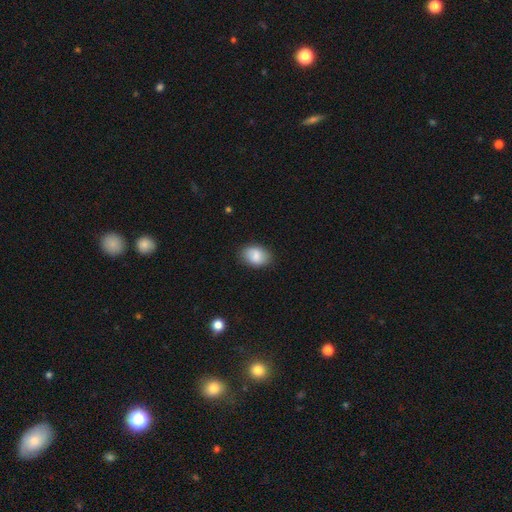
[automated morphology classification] The model was most divided on "how rounded": in between: 80%, round: 19%, cigar-shaped: 1%. More confident: smooth or featured — smooth (83%); merging — none (82%).